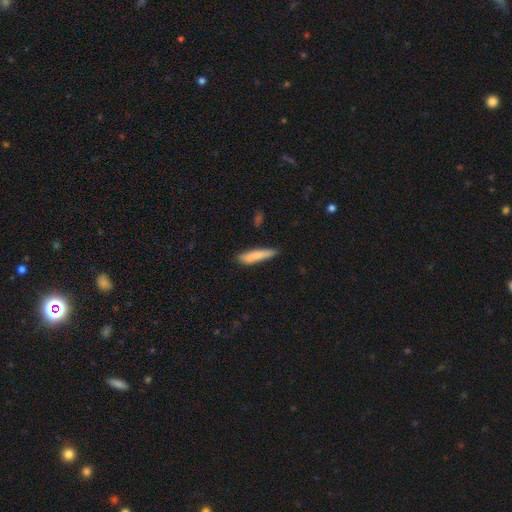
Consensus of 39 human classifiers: smooth-or-featured: smooth: 69% | featured or disk: 23% | star or artifact: 8%
  how-rounded: cigar-shaped: 81% | in between: 19% | round: 0%
  merging: none: 67% | minor disturbance: 22% | merger: 11% | major disturbance: 0%